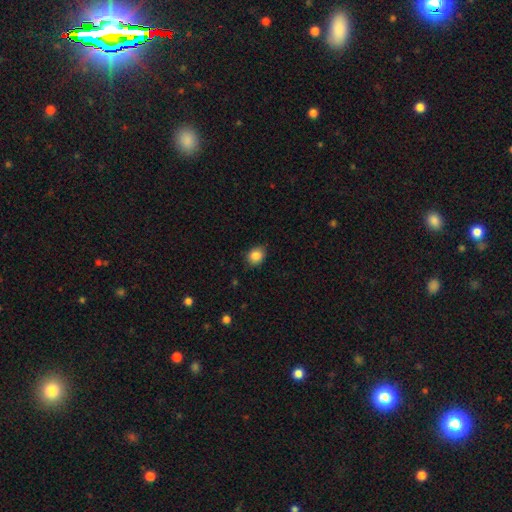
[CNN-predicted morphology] type=smooth (86%); roundness=round (55%); merging=none (81%).